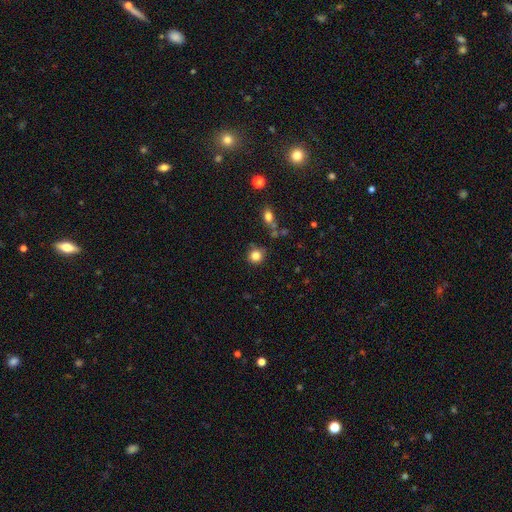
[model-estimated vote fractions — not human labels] This is clearly a smooth galaxy (83%). How rounded: clearly round (89%). Merging: likely none (79%).